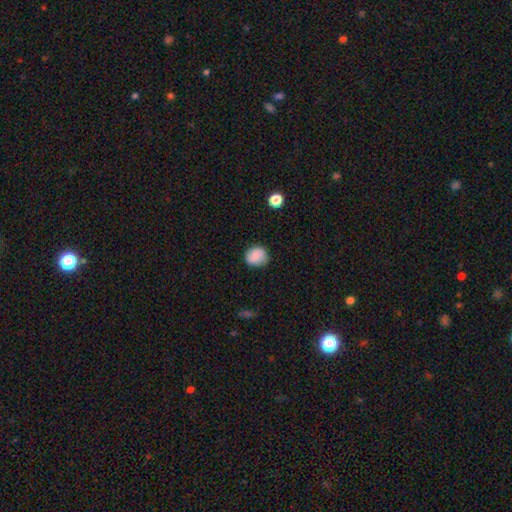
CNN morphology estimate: This appears to be a smooth galaxy with no disk features (82%) that is round (78%). Merging: none (80%).